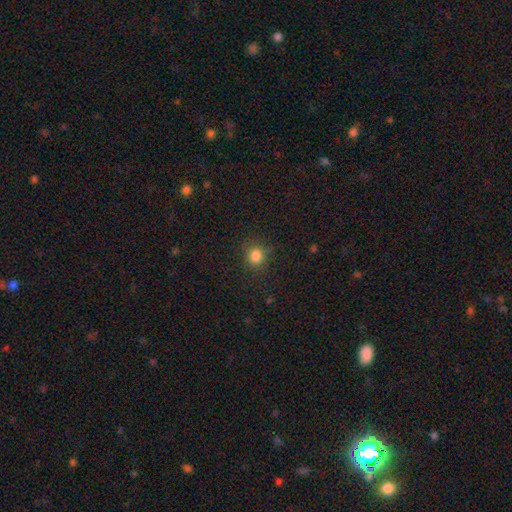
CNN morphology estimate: Smooth or featured?
  - smooth: 82% *
  - star or artifact: 13%
  - featured or disk: 5%
How rounded?
  - round: 85% *
  - in between: 14%
  - cigar-shaped: 1%
Merging?
  - none: 83% *
  - minor disturbance: 12%
  - major disturbance: 4%
  - merger: 1%